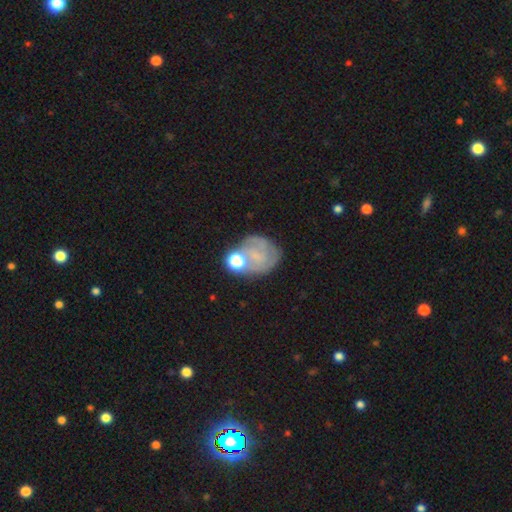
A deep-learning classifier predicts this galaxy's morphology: Smooth or featured? featured or disk (50%)
Merging? none (49%)